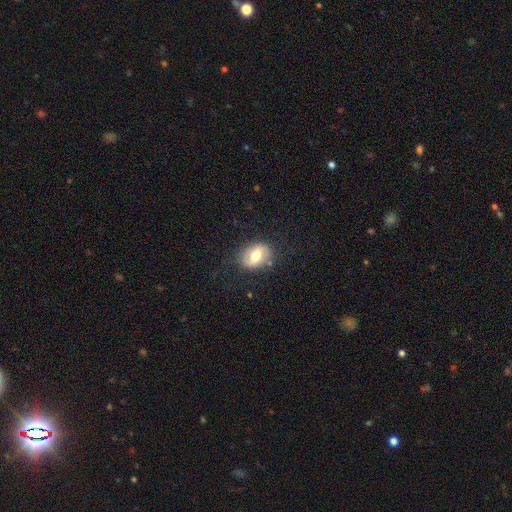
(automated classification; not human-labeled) Overall: smooth (47%; featured or disk 45%). Merging: none (79%).